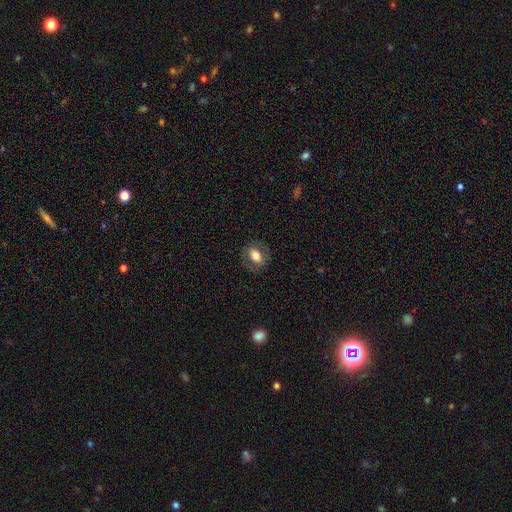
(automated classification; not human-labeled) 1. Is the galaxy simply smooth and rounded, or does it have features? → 73% smooth, 19% featured or disk, 8% star or artifact.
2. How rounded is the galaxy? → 76% in between, 22% round, 2% cigar-shaped.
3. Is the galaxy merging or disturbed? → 81% none, 13% minor disturbance, 6% major disturbance, 1% merger.